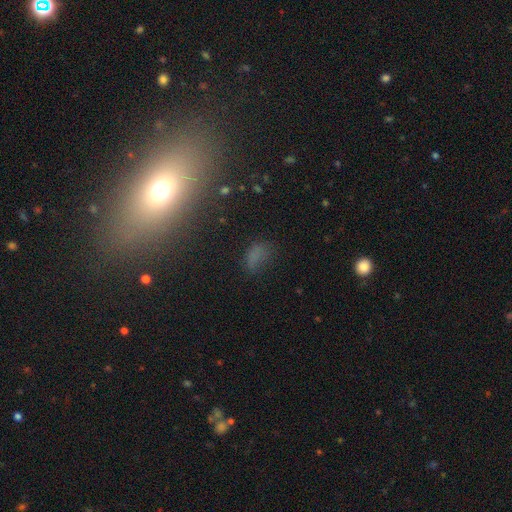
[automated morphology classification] Q: Smooth or featured?
A: smooth (58%); runner-up: star or artifact (30%)
Q: How rounded?
A: in between (81%); runner-up: round (14%)
Q: Merging?
A: none (59%); runner-up: minor disturbance (22%)